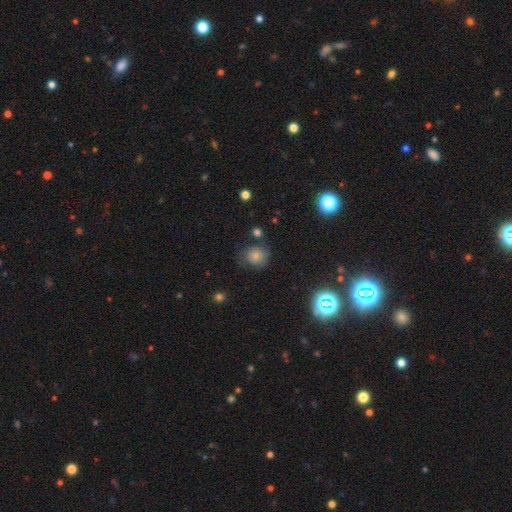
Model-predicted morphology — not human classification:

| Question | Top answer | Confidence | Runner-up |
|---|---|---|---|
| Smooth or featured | smooth | 77% | star or artifact (14%) |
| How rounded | round | 84% | in between (15%) |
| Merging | none | 68% | minor disturbance (20%) |